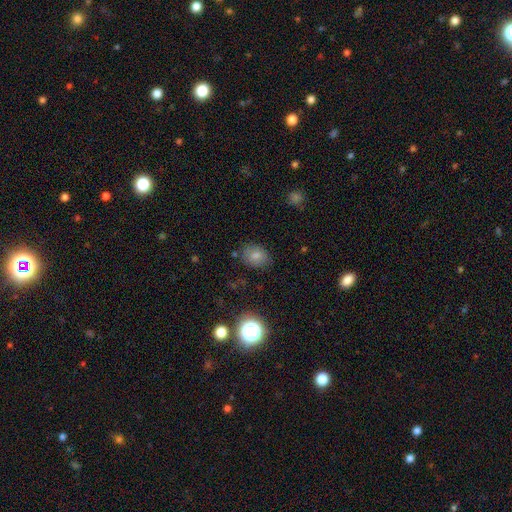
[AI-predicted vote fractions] smooth 77%, star or artifact 13%, featured or disk 10%. Down the decision tree: how rounded — in between (62%); merging — none (80%).